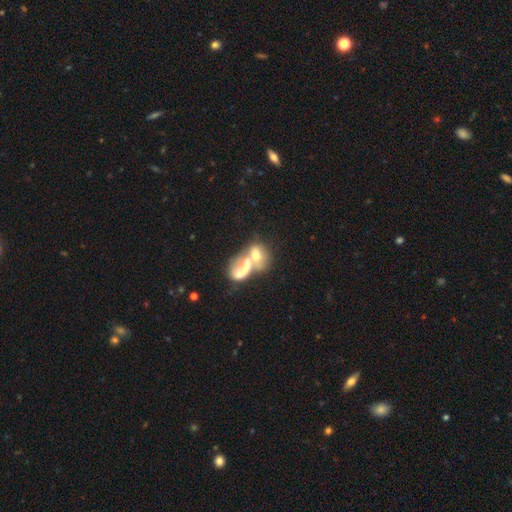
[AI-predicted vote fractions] smooth-or-featured: smooth: 50% | featured or disk: 41% | star or artifact: 10%
  merging: merger: 79% | none: 9% | major disturbance: 7% | minor disturbance: 5%